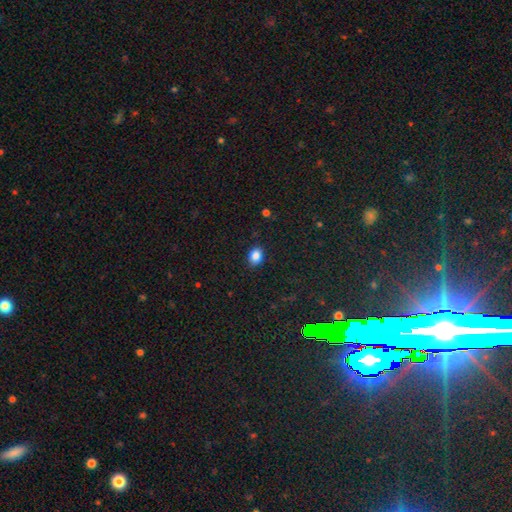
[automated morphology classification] Smooth or featured?
  - smooth: 86% *
  - star or artifact: 10%
  - featured or disk: 4%
How rounded?
  - in between: 67% *
  - round: 32%
  - cigar-shaped: 1%
Merging?
  - none: 88% *
  - minor disturbance: 9%
  - major disturbance: 2%
  - merger: 1%